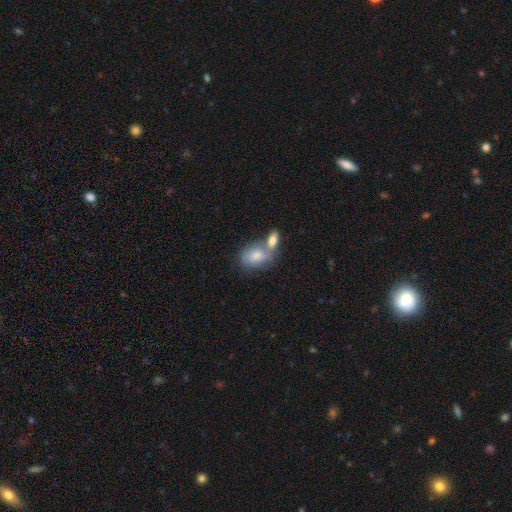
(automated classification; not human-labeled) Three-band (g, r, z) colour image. It shows a smooth galaxy with no disk features (71%) that is in between round and cigar-shaped (82%). Merging: merger (50%).